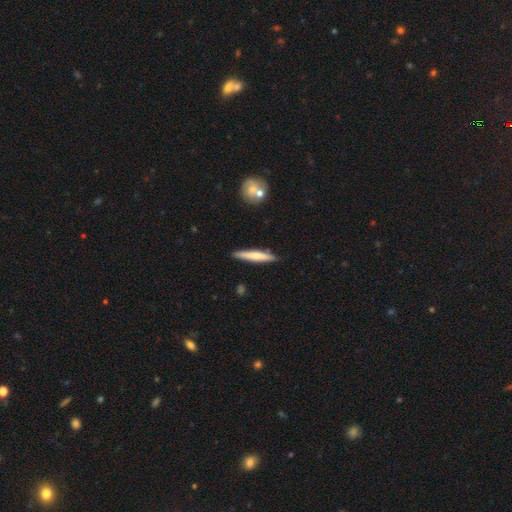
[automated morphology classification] A smooth galaxy with no disk features (62%) that is cigar-shaped (94%).

Vote fractions:
- Smooth or featured? smooth: 62% / featured or disk: 33% / star or artifact: 5%
- How rounded? cigar-shaped: 94% / in between: 5% / round: 1%
- Merging? none: 89% / minor disturbance: 8% / merger: 2% / major disturbance: 2%